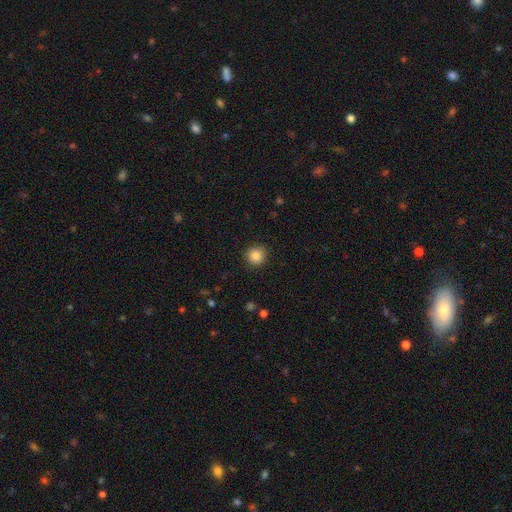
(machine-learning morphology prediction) Smooth or featured?
  - smooth: 87% *
  - star or artifact: 10%
  - featured or disk: 4%
How rounded?
  - round: 93% *
  - in between: 6%
  - cigar-shaped: 1%
Merging?
  - none: 90% *
  - minor disturbance: 7%
  - major disturbance: 2%
  - merger: 1%